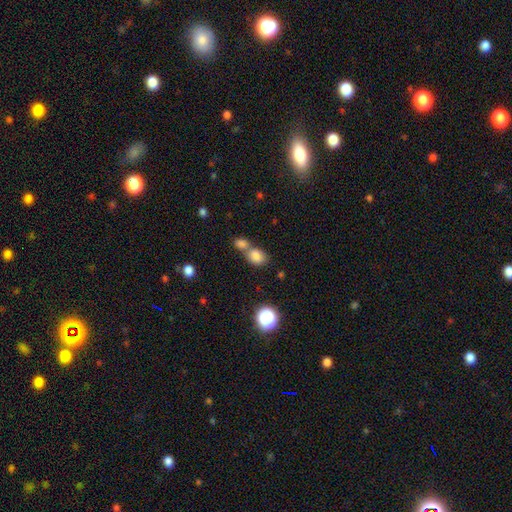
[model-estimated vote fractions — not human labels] smooth-or-featured: smooth: 80% | star or artifact: 12% | featured or disk: 8%
  how-rounded: in between: 66% | round: 33% | cigar-shaped: 1%
  merging: merger: 51% | none: 36% | minor disturbance: 9% | major disturbance: 4%